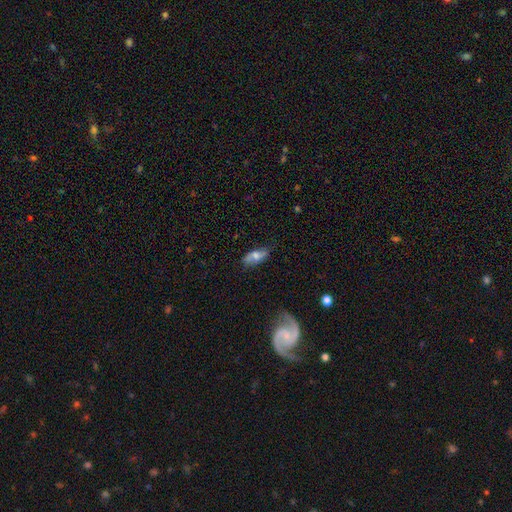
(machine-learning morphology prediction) smooth-or-featured: smooth: 56% | featured or disk: 36% | star or artifact: 8%
  how-rounded: in between: 79% | cigar-shaped: 17% | round: 4%
  merging: none: 66% | minor disturbance: 24% | major disturbance: 7% | merger: 3%